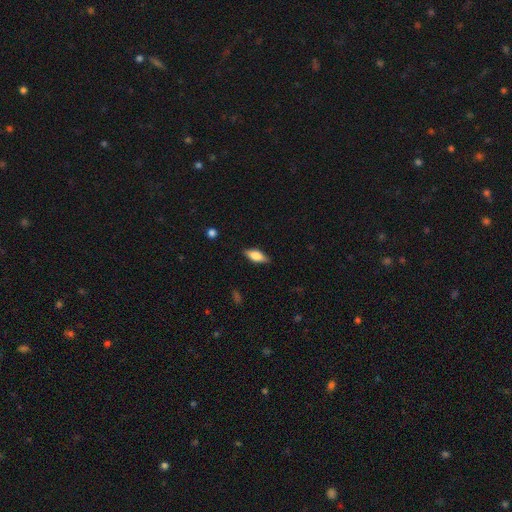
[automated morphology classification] Overall: smooth (71%). How rounded: in between (77%). Merging: none (85%).